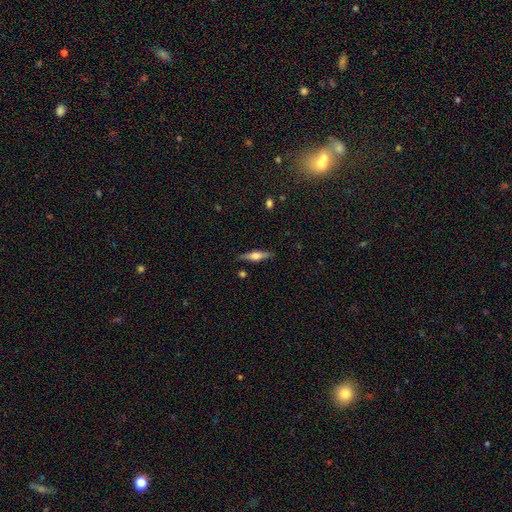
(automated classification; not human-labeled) smooth-or-featured: featured or disk: 62% | smooth: 32% | star or artifact: 6%
  disk-edge-on: yes: 96% | no: 4%
    edge-on-bulge: rounded: 90% | boxy: 7% | none: 3%
  merging: none: 87% | minor disturbance: 9% | major disturbance: 2% | merger: 2%